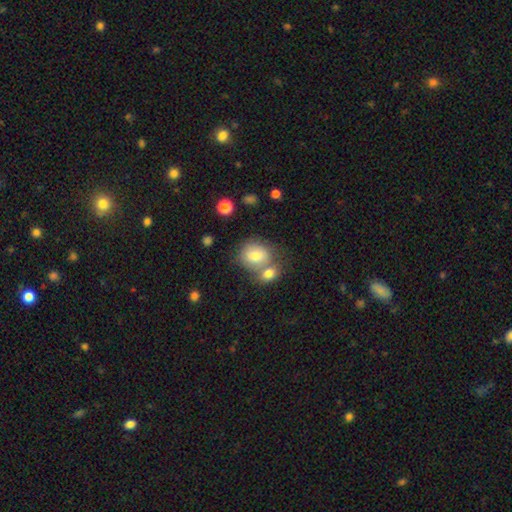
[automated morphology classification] smooth_or_featured: smooth (p=0.77) [alt: featured or disk p=0.14]
how_rounded: round (p=0.53) [alt: in between p=0.46]
merging: merger (p=0.42) [tied with: none p=0.42]